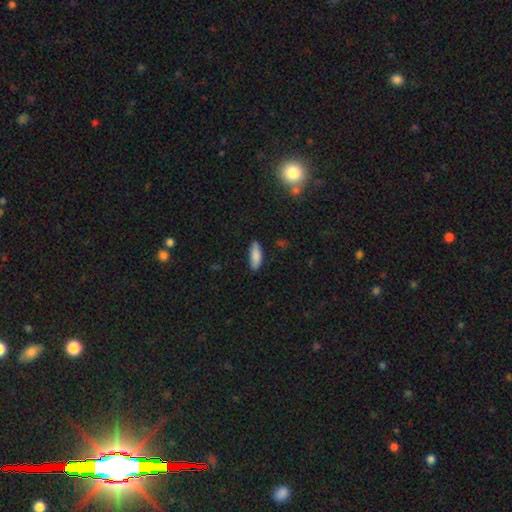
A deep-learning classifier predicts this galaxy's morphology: Smooth or featured? smooth (86%)
How rounded? in between (67%)
Merging? none (83%)